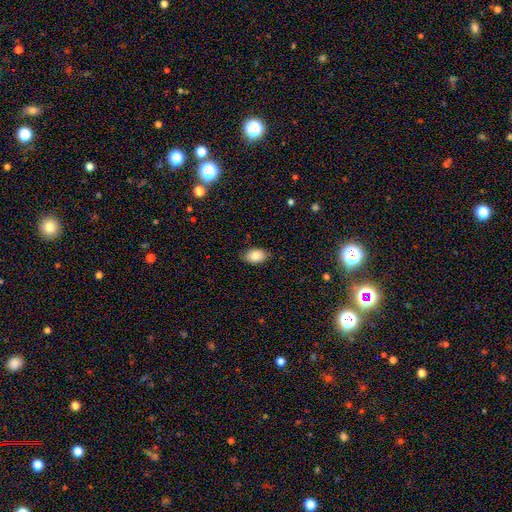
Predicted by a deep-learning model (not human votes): Smooth or featured: smooth — 84% (featured or disk — 8%)
How rounded: in between — 87% (round — 11%)
Merging: none — 82% (minor disturbance — 15%)